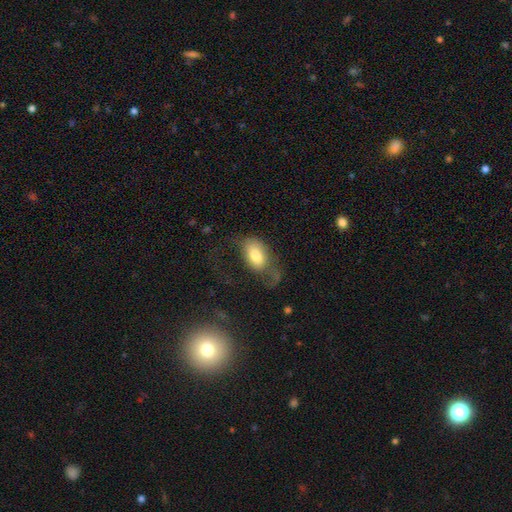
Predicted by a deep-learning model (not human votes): Morphology: type=smooth (69%); roundness=in between (90%); merging=major disturbance (48%).